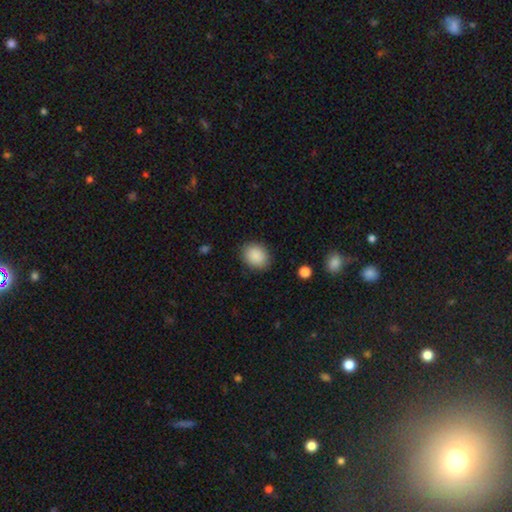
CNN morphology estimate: A smooth galaxy with no disk features (88%) that is round (53%). Merging: none (86%).